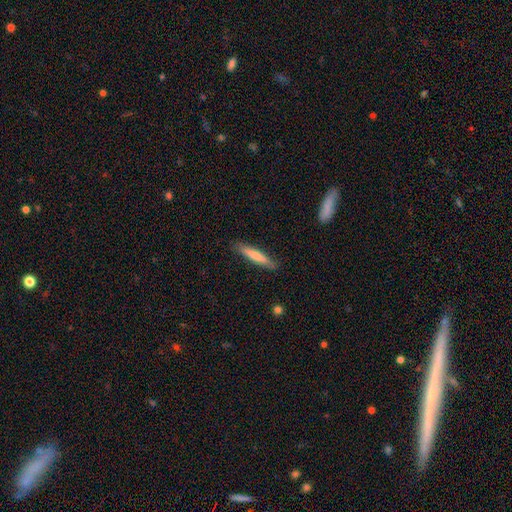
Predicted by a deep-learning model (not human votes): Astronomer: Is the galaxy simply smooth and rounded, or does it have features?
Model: smooth — 71%.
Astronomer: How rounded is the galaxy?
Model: cigar-shaped — 92%.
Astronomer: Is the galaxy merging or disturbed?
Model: none — 87%.